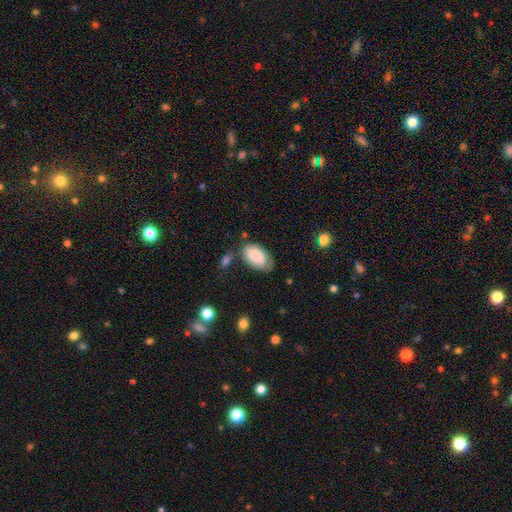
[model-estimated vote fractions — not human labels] The model was most divided on "merging": none: 63%, minor disturbance: 24%, major disturbance: 7%, merger: 6%. More confident: how rounded — in between (95%); smooth or featured — smooth (82%).